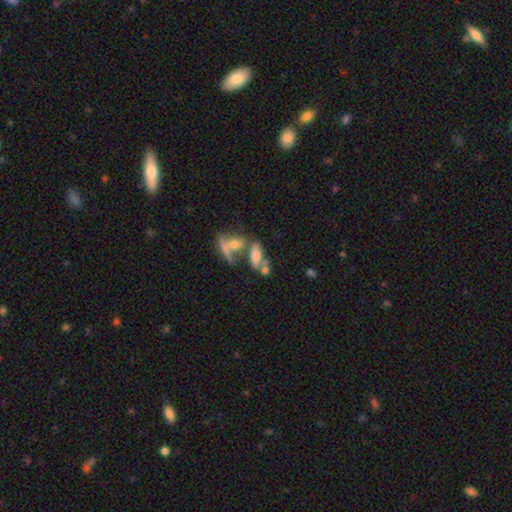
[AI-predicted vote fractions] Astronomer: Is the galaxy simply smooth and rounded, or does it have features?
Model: smooth — 57%.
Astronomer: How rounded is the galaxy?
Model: in between — 73%.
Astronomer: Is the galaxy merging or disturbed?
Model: merger — 47% (runner-up: none, 31%).